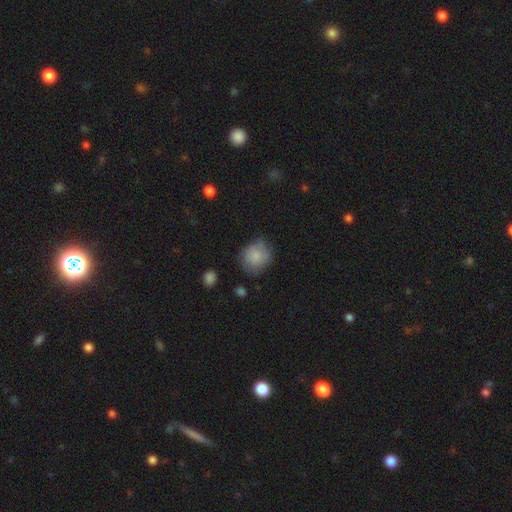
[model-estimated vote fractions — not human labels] Smooth or featured?
  - smooth: 81% *
  - featured or disk: 11%
  - star or artifact: 8%
How rounded?
  - round: 78% *
  - in between: 22%
  - cigar-shaped: 1%
Merging?
  - none: 66% *
  - minor disturbance: 25%
  - major disturbance: 7%
  - merger: 2%